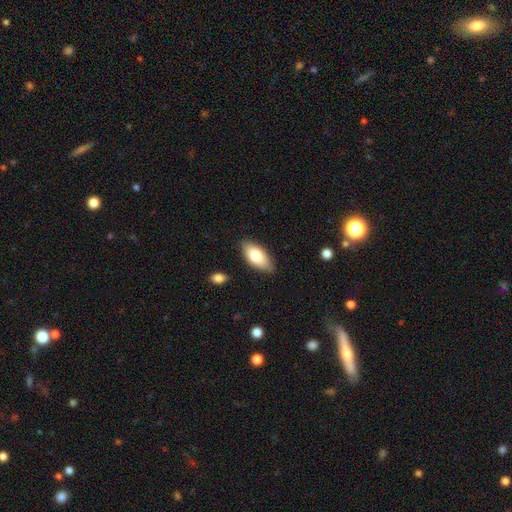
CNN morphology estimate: The model was most divided on "smooth or featured": smooth: 76%, featured or disk: 18%, star or artifact: 6%. More confident: how rounded — in between (91%); merging — none (83%).